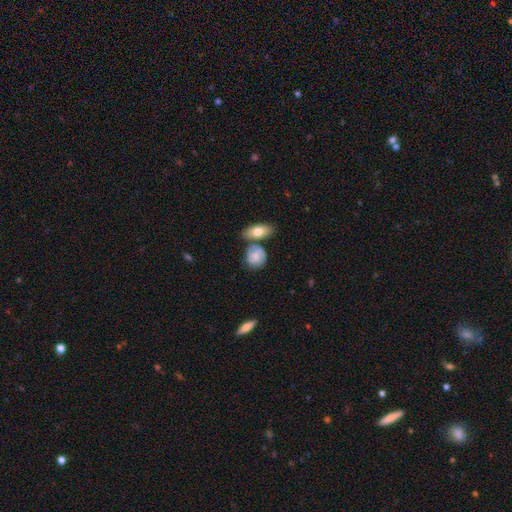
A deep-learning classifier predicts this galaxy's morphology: Q: Smooth or featured?
A: smooth (59%); runner-up: featured or disk (34%)
Q: How rounded?
A: round (56%); runner-up: in between (41%)
Q: Merging?
A: none (54%); runner-up: merger (20%)